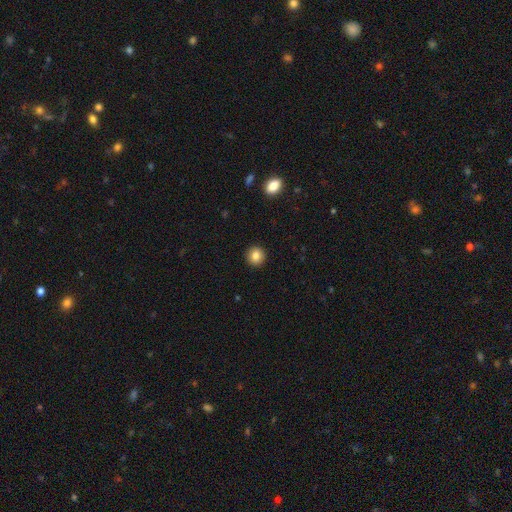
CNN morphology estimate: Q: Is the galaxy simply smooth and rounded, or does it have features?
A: smooth — 85%.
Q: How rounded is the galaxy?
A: round — 93%.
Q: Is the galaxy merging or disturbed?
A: none — 93%.